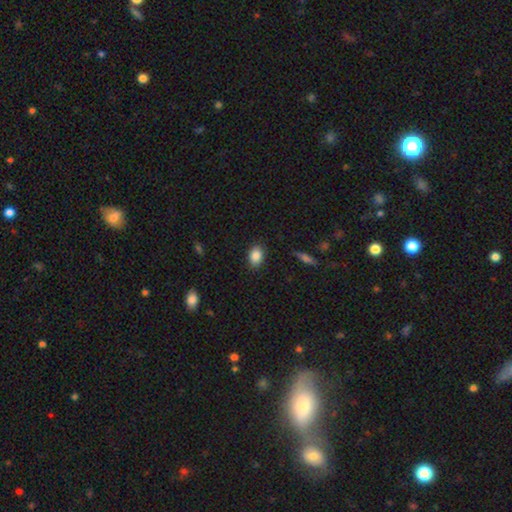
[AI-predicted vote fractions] This is clearly a smooth galaxy (86%). How rounded: likely in between (79%). Merging: clearly none (87%).